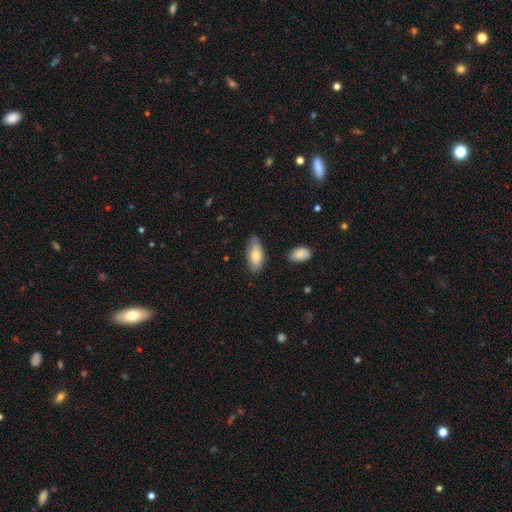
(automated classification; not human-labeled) Smooth or featured? Predicted: smooth (p=0.73). How rounded? Predicted: in between (p=0.88). Merging? Predicted: none (p=0.67).